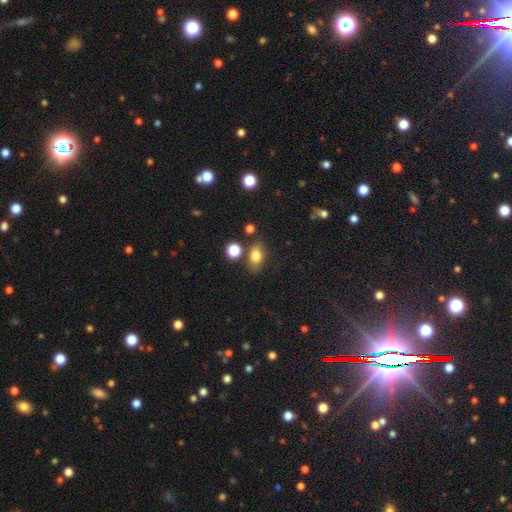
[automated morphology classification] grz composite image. It shows a smooth galaxy with no disk features (80%) that is in between round and cigar-shaped (79%). Merging: none (76%).